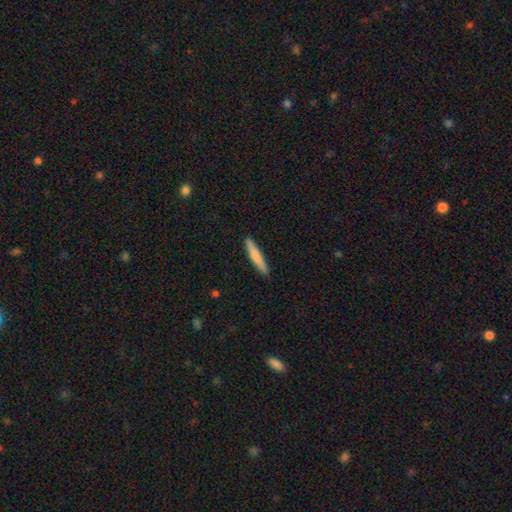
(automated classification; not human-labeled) Smooth or featured? smooth (75%)
How rounded? cigar-shaped (93%)
Merging? none (89%)